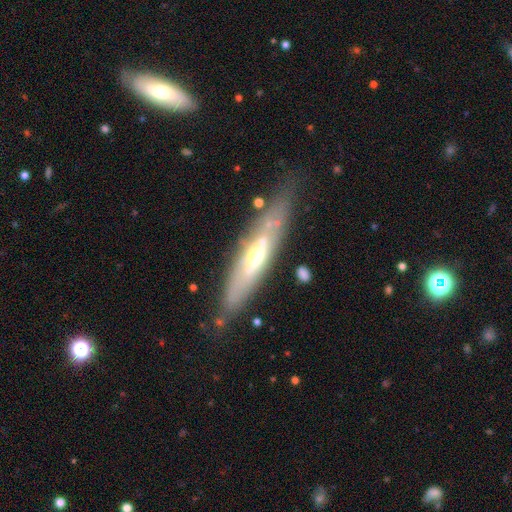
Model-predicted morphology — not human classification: featured or disk 69%, smooth 24%, star or artifact 7%. Down the decision tree: edge-on disk — yes (59%); merging — none (76%).